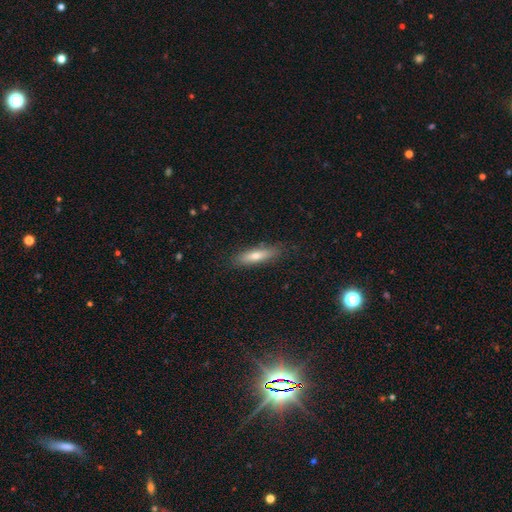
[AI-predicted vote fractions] Overall: smooth (65%; featured or disk 28%). How rounded: cigar-shaped (71%). Merging: none (86%).